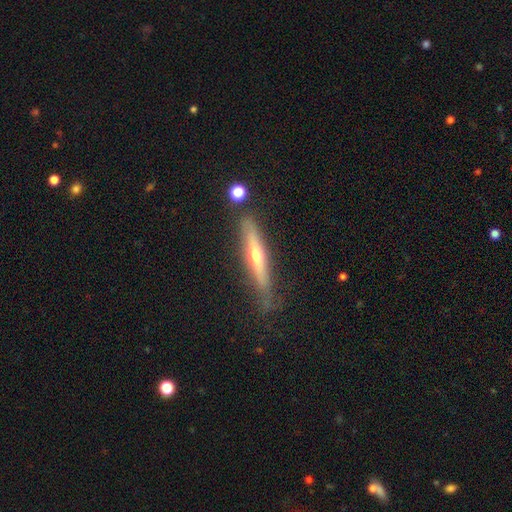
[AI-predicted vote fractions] featured or disk 64%, smooth 30%, star or artifact 7%. Down the decision tree: edge-on disk — yes (91%); edge-on bulge — rounded (83%); merging — none (72%).